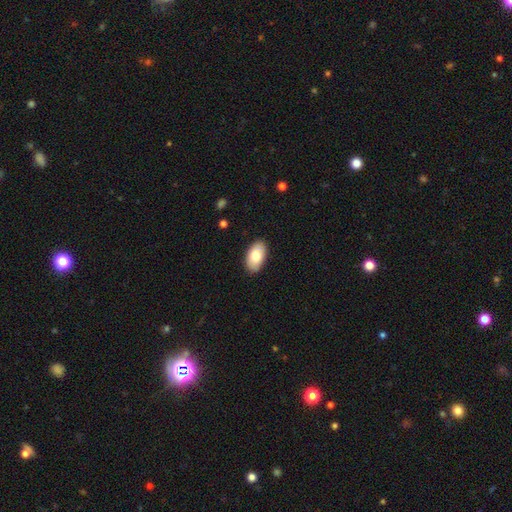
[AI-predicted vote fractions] A smooth galaxy with no disk features (79%) that is in between round and cigar-shaped (95%).

Vote fractions:
- Smooth or featured? smooth: 79% / featured or disk: 15% / star or artifact: 6%
- How rounded? in between: 95% / round: 4% / cigar-shaped: 2%
- Merging? none: 87% / minor disturbance: 10% / major disturbance: 2% / merger: 1%